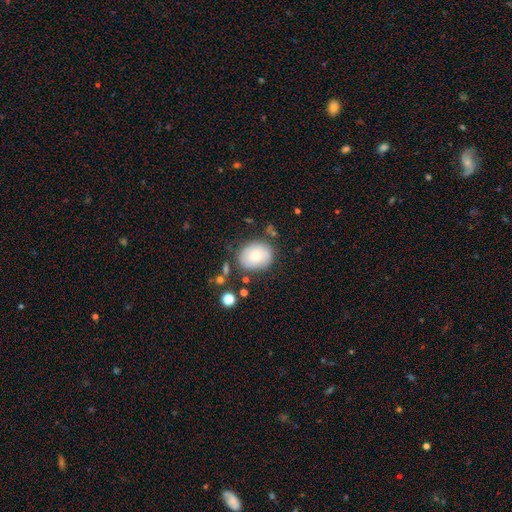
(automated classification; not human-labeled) This appears to be a smooth galaxy with no disk features (78%) that is round (50%, tied with in between). Merging: none (73%).